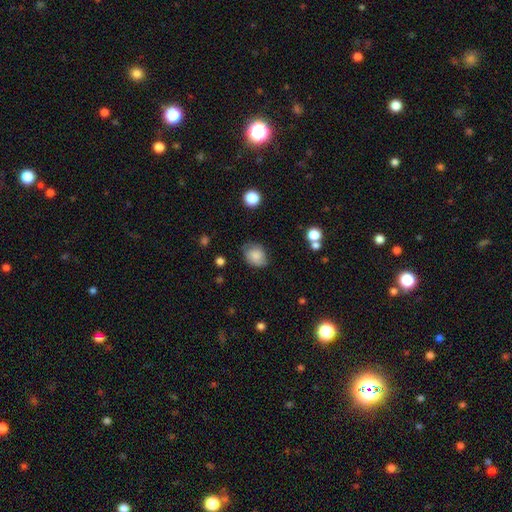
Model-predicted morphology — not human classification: type=smooth (72%); roundness=in between (50%); merging=none (66%).